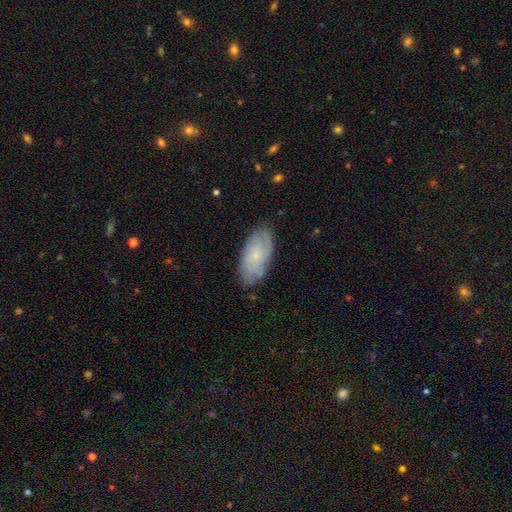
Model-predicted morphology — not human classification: The model was most divided on "smooth or featured": smooth: 47%, featured or disk: 46%, star or artifact: 7%. More confident: merging — none (81%).